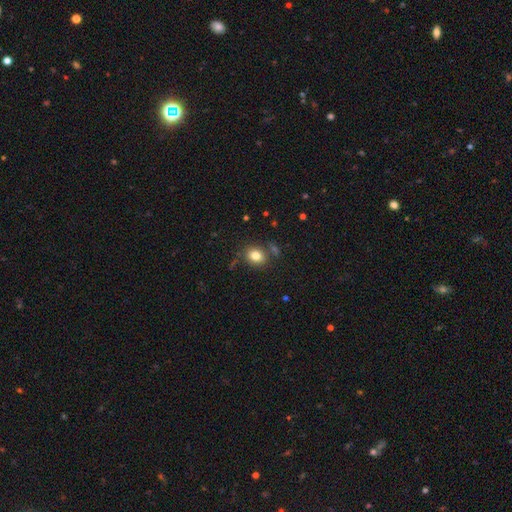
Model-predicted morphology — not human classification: Smooth or featured? Predicted: smooth (p=0.80). How rounded? Predicted: round (p=0.58). Merging? Predicted: none (p=0.77).